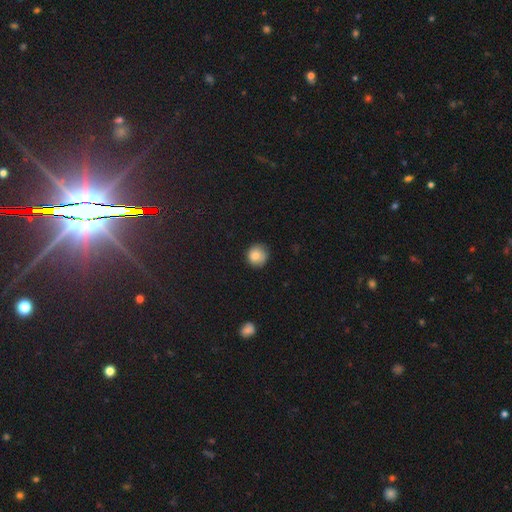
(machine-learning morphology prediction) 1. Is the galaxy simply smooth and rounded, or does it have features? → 82% smooth, 10% star or artifact, 8% featured or disk.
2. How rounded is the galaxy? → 90% round, 9% in between, 1% cigar-shaped.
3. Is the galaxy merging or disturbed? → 75% none, 20% minor disturbance, 4% major disturbance, 1% merger.